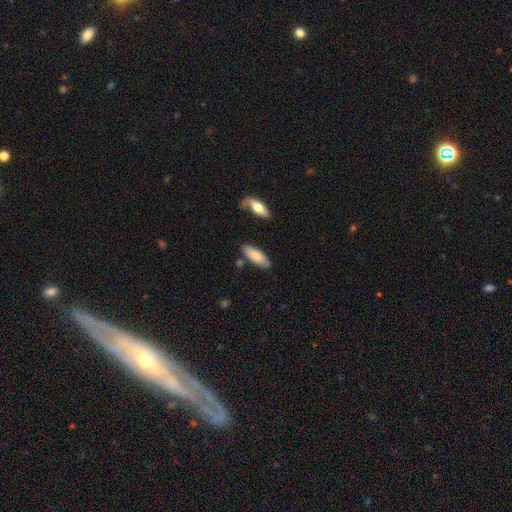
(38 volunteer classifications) Overall: smooth (87%). How rounded: in between (58%; cigar-shaped 39%). Merging: none (78%).